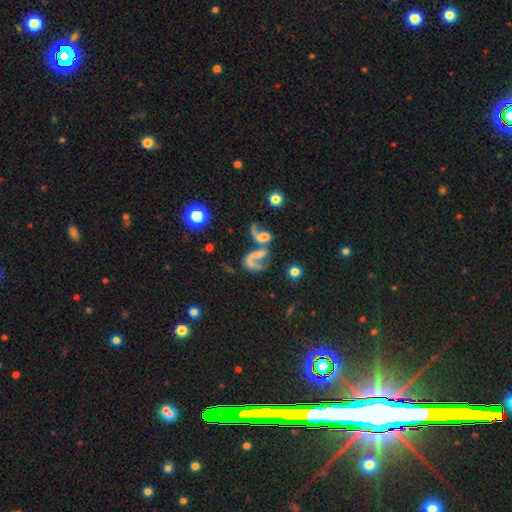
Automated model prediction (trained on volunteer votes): This is marginally a featured or disk galaxy (39%, tied with star or artifact). Merging: marginally none (36%).